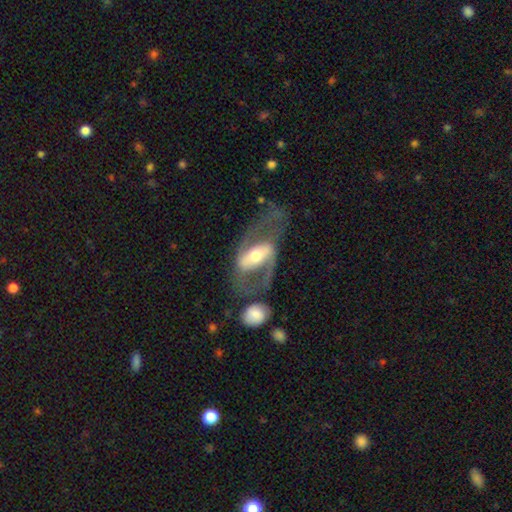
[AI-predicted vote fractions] smooth-or-featured: featured or disk: 80% | smooth: 14% | star or artifact: 5%
  disk-edge-on: no: 92% | yes: 8%
    bar: strong: 58% | weak: 27% | no: 15%
    has-spiral-arms: yes: 79% | no: 21%
      spiral-winding: medium: 48% | loose: 37% | tight: 15%
      spiral-arm-count: 2: 84% | can't tell: 7% | 1: 5% | 3: 1% | 4: 1% | more than 4: 1%
    bulge-size: moderate: 65% | small: 19% | large: 14% | dominant: 2% | none: 1%
  merging: none: 49% | major disturbance: 26% | minor disturbance: 16% | merger: 8%